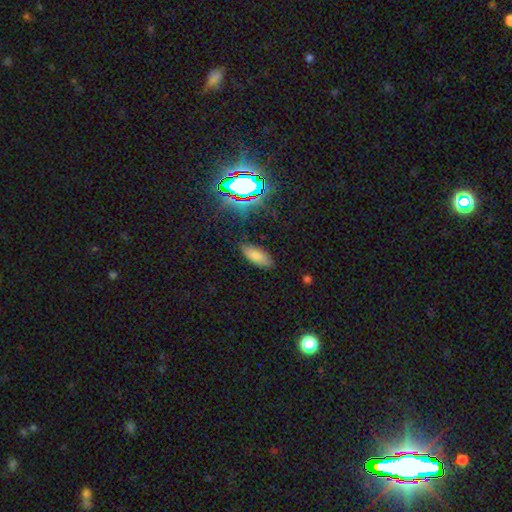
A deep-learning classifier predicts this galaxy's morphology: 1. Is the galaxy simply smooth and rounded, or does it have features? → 69% smooth, 20% star or artifact, 11% featured or disk.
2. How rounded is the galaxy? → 76% in between, 21% cigar-shaped, 3% round.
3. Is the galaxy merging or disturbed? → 84% none, 11% minor disturbance, 3% major disturbance, 2% merger.